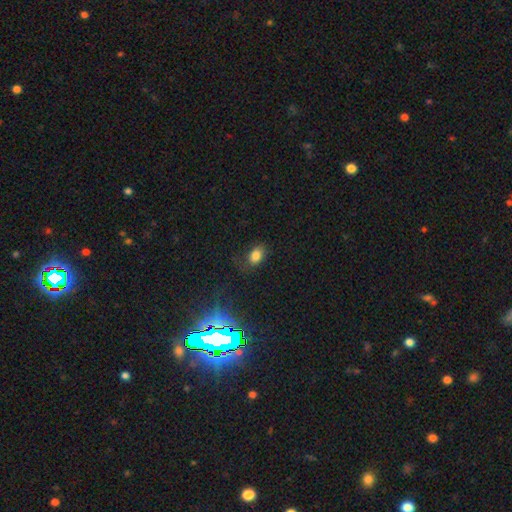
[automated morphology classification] Smooth or featured: smooth — 79% (star or artifact — 15%)
How rounded: in between — 80% (round — 19%)
Merging: none — 73% (minor disturbance — 18%)